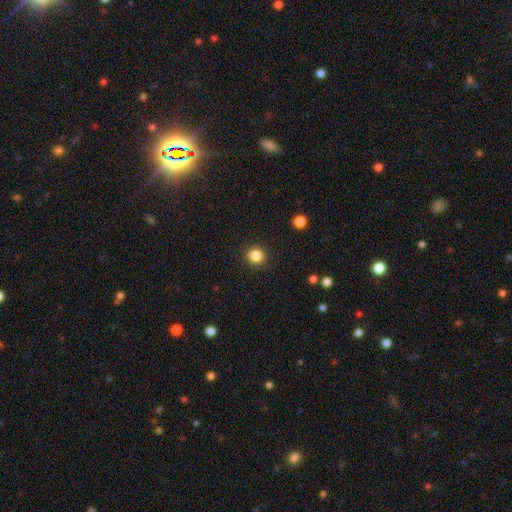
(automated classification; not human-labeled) This is clearly a smooth galaxy (85%). How rounded: clearly round (92%). Merging: clearly none (92%).